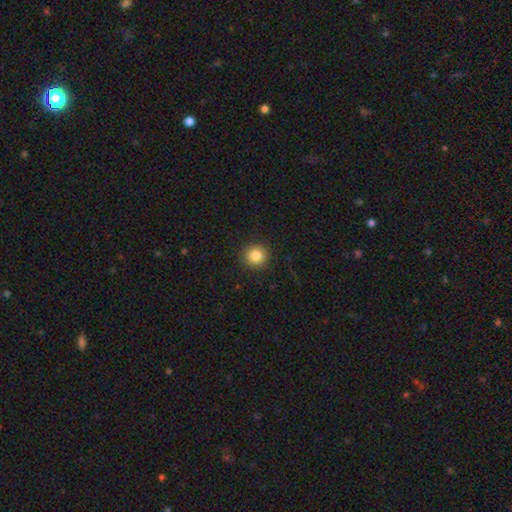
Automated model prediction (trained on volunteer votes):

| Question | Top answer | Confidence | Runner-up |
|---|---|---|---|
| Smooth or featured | smooth | 84% | star or artifact (10%) |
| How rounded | round | 94% | in between (5%) |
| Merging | none | 92% | minor disturbance (5%) |